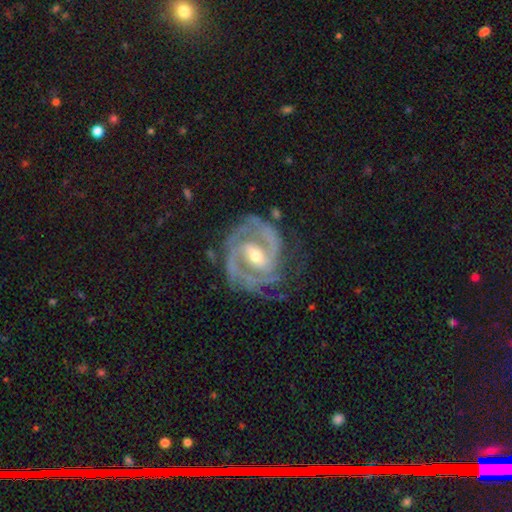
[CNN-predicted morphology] This appears to be a featured or disk galaxy (79%) with a weak bar (42%), 2 (71%) tight (58%) spiral arms (93%) and a moderate central bulge (63%). Merging: none (75%).